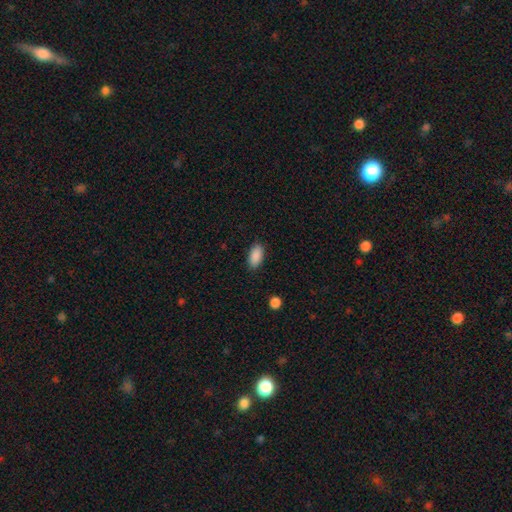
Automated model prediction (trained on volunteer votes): Smooth or featured: smooth — 90% (star or artifact — 7%)
How rounded: in between — 93% (cigar-shaped — 5%)
Merging: none — 87% (minor disturbance — 9%)